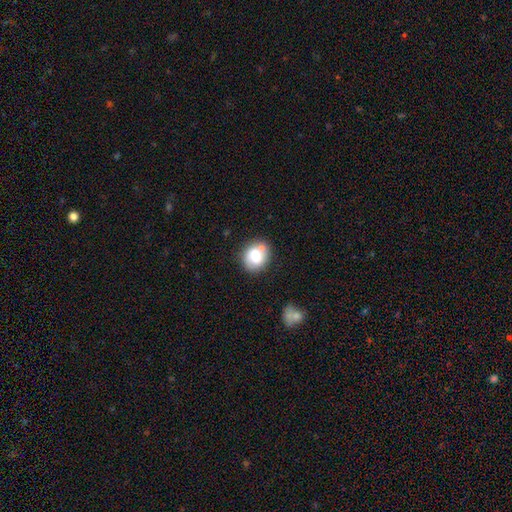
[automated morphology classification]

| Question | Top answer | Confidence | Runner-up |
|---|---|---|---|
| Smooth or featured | smooth | 74% | featured or disk (18%) |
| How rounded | round | 56% | in between (43%) |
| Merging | none | 64% | minor disturbance (19%) |